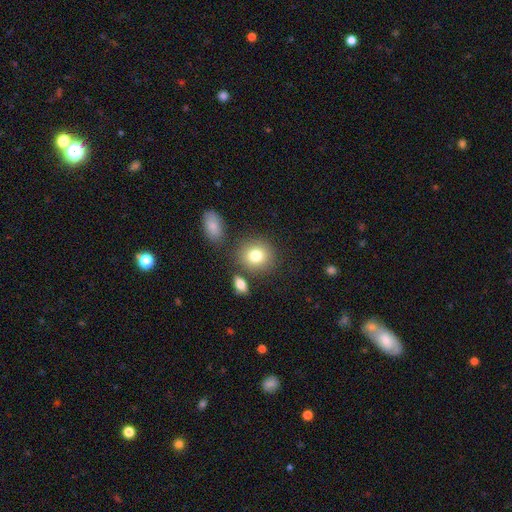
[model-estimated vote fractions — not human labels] smooth 80%, featured or disk 11%, star or artifact 10%. Down the decision tree: how rounded — round (78%); merging — none (76%).